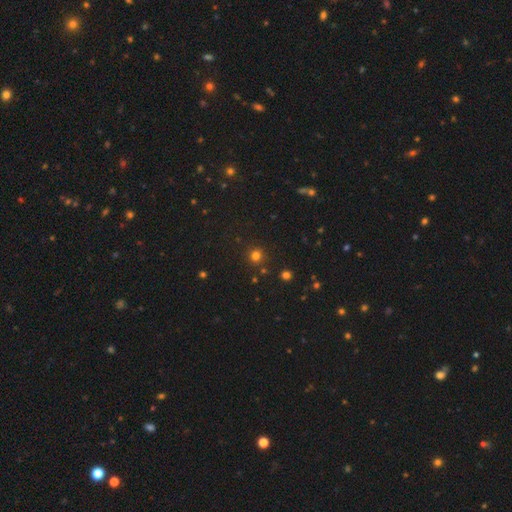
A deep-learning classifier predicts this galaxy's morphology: smooth 75%, star or artifact 20%, featured or disk 5%. Down the decision tree: how rounded — round (92%); merging — none (87%).